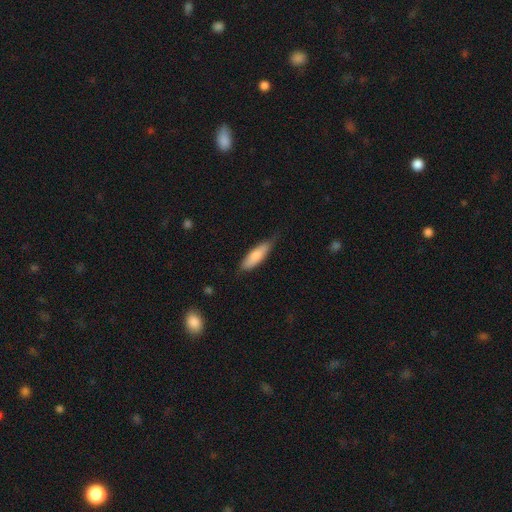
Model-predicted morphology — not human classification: smooth-or-featured: smooth: 80% | featured or disk: 15% | star or artifact: 5%
  how-rounded: in between: 51% | cigar-shaped: 48% | round: 2%
  merging: none: 66% | minor disturbance: 28% | major disturbance: 5% | merger: 1%